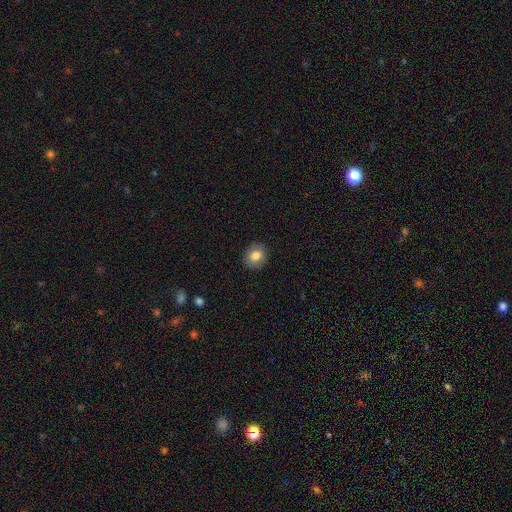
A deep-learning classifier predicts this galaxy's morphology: Smooth or featured?
  - smooth: 82% *
  - star or artifact: 9%
  - featured or disk: 9%
How rounded?
  - round: 80% *
  - in between: 19%
  - cigar-shaped: 1%
Merging?
  - none: 90% *
  - minor disturbance: 7%
  - major disturbance: 2%
  - merger: 1%